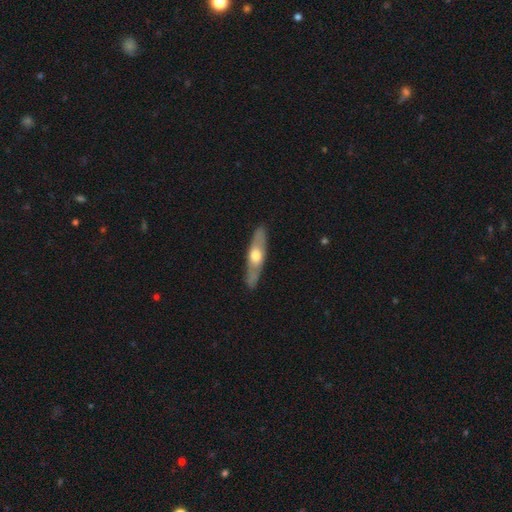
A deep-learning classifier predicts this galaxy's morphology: A featured or disk galaxy (54%) viewed edge-on (74%).

Vote fractions:
- Smooth or featured? featured or disk: 54% / smooth: 41% / star or artifact: 5%
- Edge-on disk? yes: 74% / no: 26%
- Merging? none: 86% / minor disturbance: 10% / major disturbance: 2% / merger: 1%